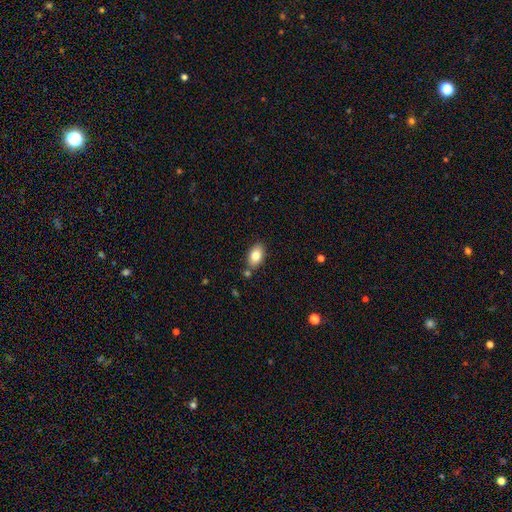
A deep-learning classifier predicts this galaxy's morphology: Q: Smooth or featured?
A: smooth (82%); runner-up: featured or disk (10%)
Q: How rounded?
A: in between (89%); runner-up: round (9%)
Q: Merging?
A: none (79%); runner-up: minor disturbance (12%)